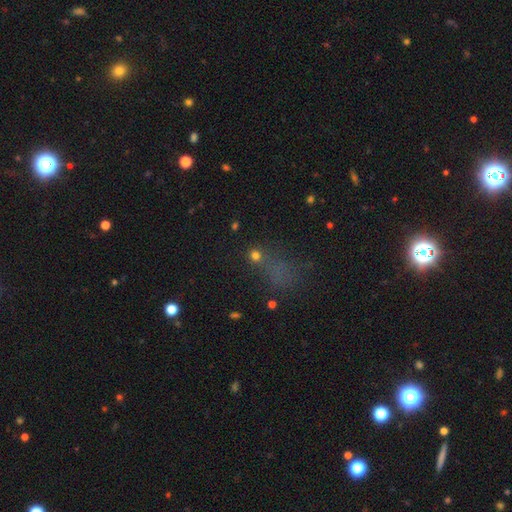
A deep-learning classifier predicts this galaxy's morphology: Smooth or featured? smooth (62%)
How rounded? round (79%)
Merging? none (50%)